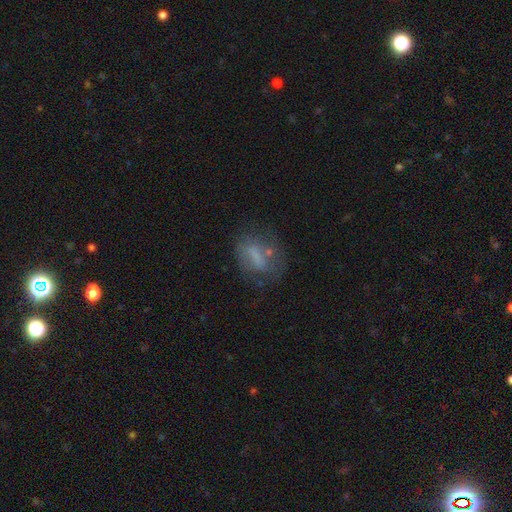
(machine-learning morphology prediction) Smooth or featured? smooth (51%)
How rounded? in between (66%)
Merging? none (53%)